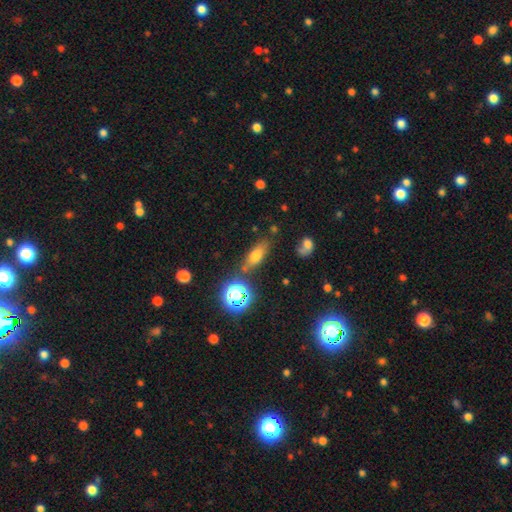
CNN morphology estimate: Overall: smooth (64%). How rounded: in between (60%; cigar-shaped 29%). Merging: none (73%).